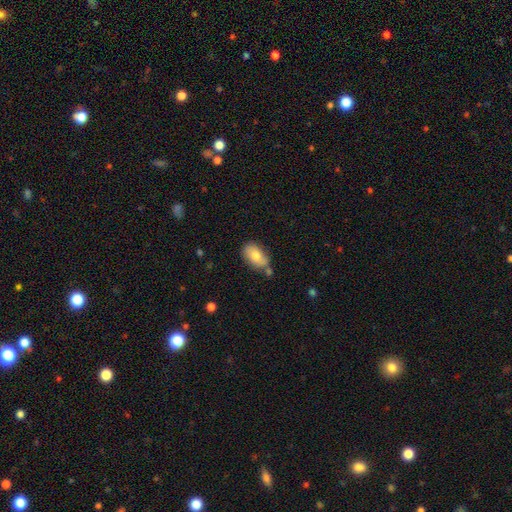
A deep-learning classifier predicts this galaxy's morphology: Q: Smooth or featured?
A: smooth (73%); runner-up: featured or disk (20%)
Q: How rounded?
A: in between (90%); runner-up: round (8%)
Q: Merging?
A: none (62%); runner-up: minor disturbance (22%)